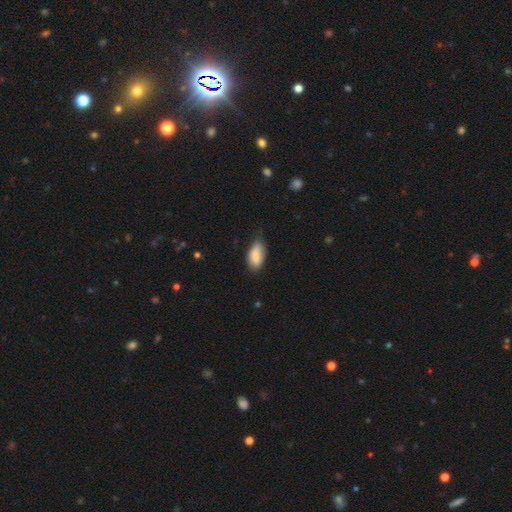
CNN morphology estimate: A smooth galaxy with no disk features (84%) that is in between round and cigar-shaped (92%). Merging: none (58%).